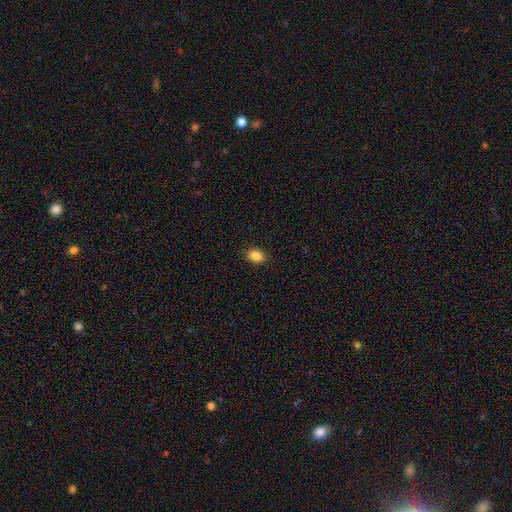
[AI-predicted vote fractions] Morphology: type=smooth (86%); roundness=in between (64%); merging=none (89%).